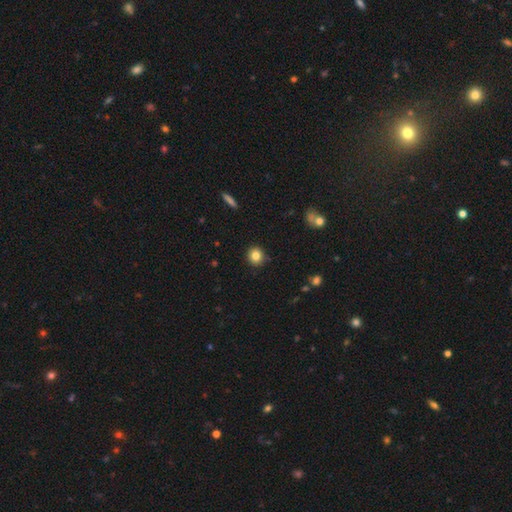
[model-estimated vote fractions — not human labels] Overall: smooth (83%). How rounded: round (89%). Merging: none (91%).